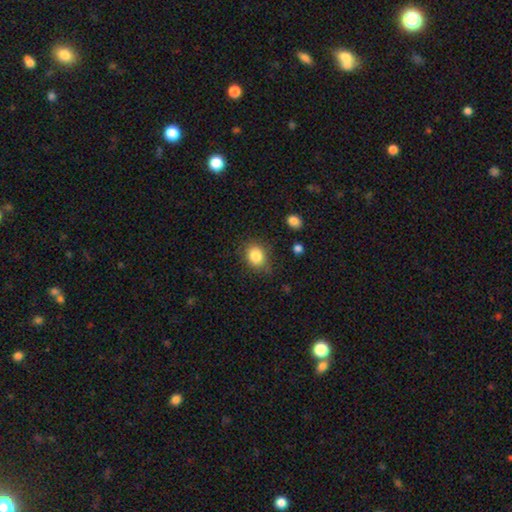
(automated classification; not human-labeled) Smooth or featured: smooth — 84% (star or artifact — 9%)
How rounded: round — 56% (in between — 43%)
Merging: none — 76% (minor disturbance — 17%)